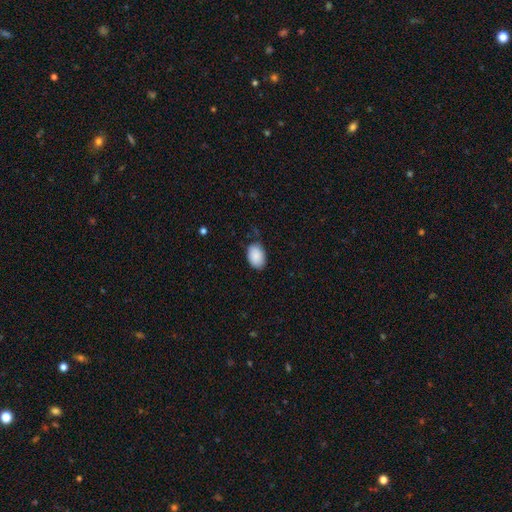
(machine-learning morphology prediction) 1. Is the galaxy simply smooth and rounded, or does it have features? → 90% smooth, 7% star or artifact, 4% featured or disk.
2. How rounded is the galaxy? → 88% in between, 11% round, 1% cigar-shaped.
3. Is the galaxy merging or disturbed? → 75% none, 20% minor disturbance, 3% major disturbance, 1% merger.